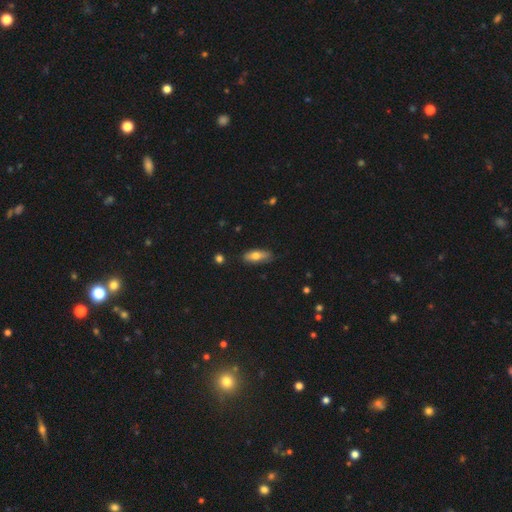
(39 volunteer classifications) smooth-or-featured: smooth: 67% | featured or disk: 31% | star or artifact: 3%
  how-rounded: in between: 81% | cigar-shaped: 15% | round: 4%
  merging: none: 66% | minor disturbance: 29% | major disturbance: 5% | merger: 0%